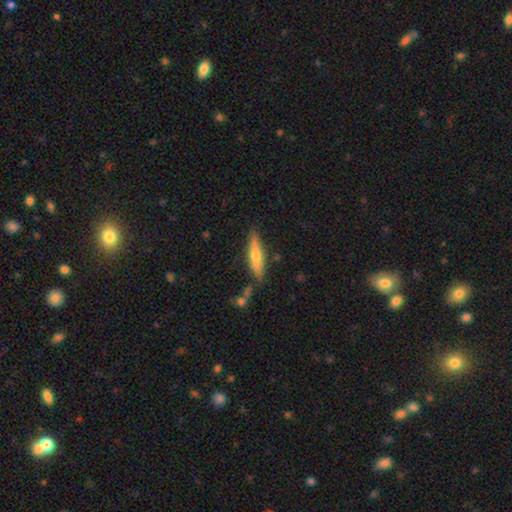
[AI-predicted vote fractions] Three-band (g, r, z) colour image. It shows a smooth galaxy with no disk features (56%) that is cigar-shaped (78%). Merging: none (78%).